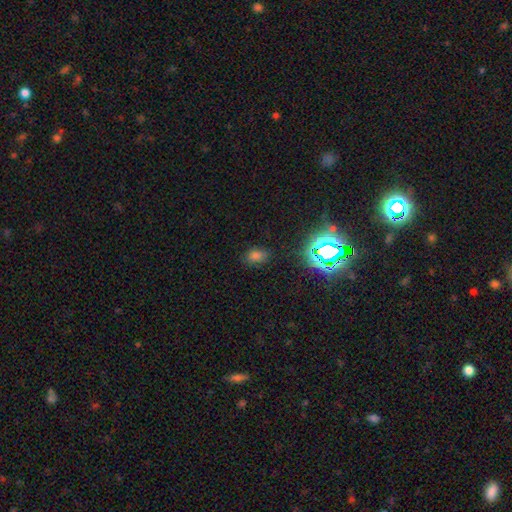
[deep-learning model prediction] Smooth or featured: smooth — 66% (star or artifact — 28%)
How rounded: in between — 80% (round — 18%)
Merging: none — 79% (minor disturbance — 15%)